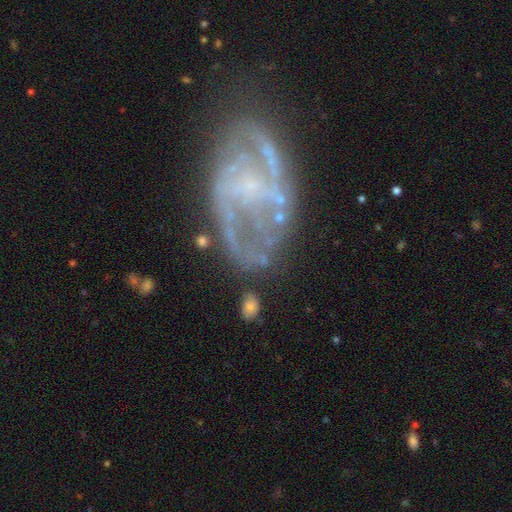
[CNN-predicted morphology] Smooth or featured: featured or disk — 74% (smooth — 14%)
Edge-on disk: no — 97% (yes — 3%)
Bar: no — 59% (weak — 28%)
Spiral arms: yes — 69% (no — 31%)
Bulge size: none — 44% (small — 41%)
Merging: none — 53% (minor disturbance — 21%)